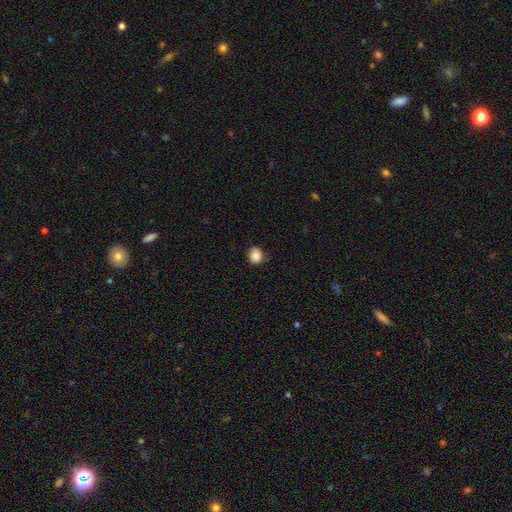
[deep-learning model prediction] The model was most divided on "how rounded": round: 77%, in between: 22%, cigar-shaped: 1%. More confident: smooth or featured — smooth (87%); merging — none (79%).